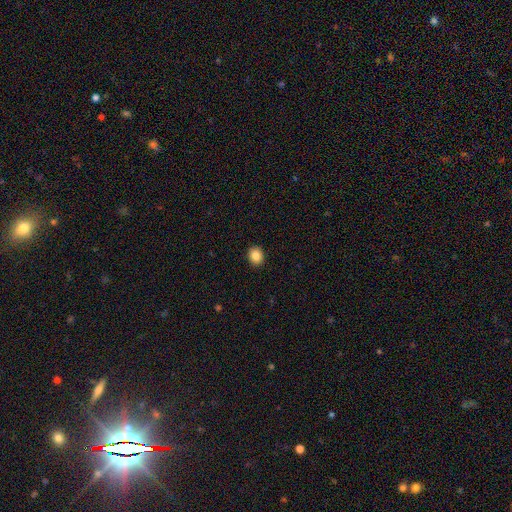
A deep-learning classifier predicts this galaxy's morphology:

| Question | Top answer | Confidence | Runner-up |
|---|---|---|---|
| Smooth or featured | smooth | 86% | star or artifact (9%) |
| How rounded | round | 57% | in between (42%) |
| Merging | none | 92% | minor disturbance (6%) |